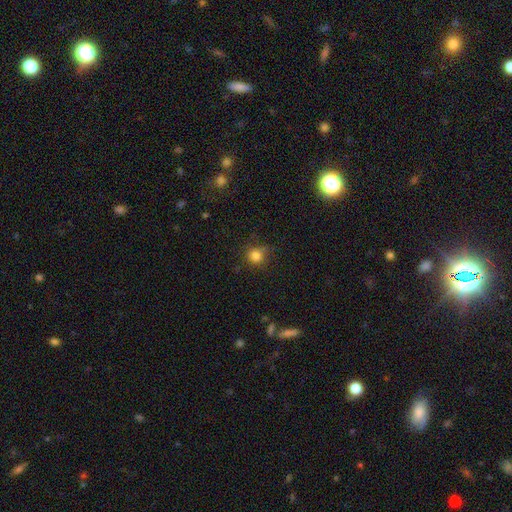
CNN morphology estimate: Overall: smooth (81%). How rounded: round (84%). Merging: none (69%).